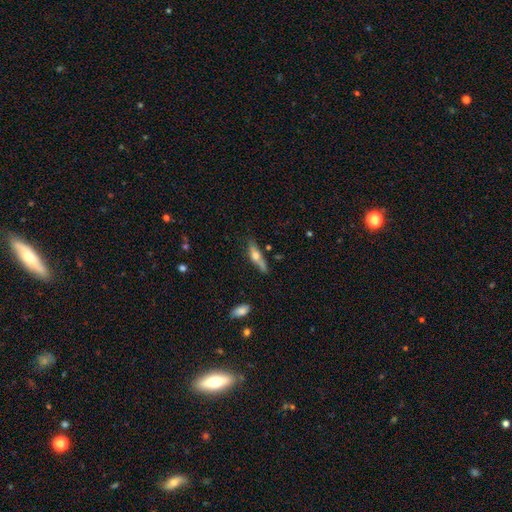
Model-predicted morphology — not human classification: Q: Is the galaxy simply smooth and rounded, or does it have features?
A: smooth — 53%.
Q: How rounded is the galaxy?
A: cigar-shaped — 67%.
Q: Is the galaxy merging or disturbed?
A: none — 63%.